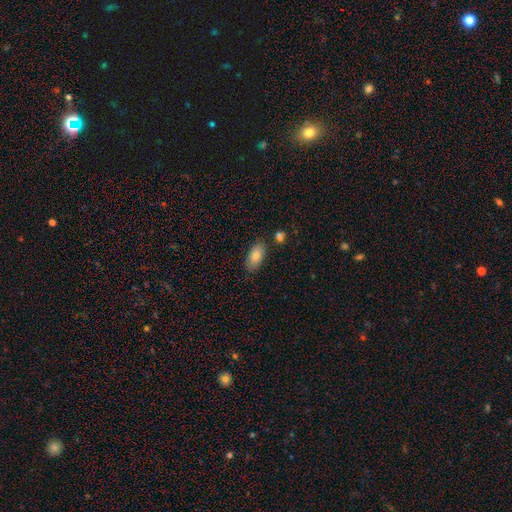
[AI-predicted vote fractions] This is clearly a smooth galaxy (81%). How rounded: clearly in between (91%). Merging: likely none (79%).